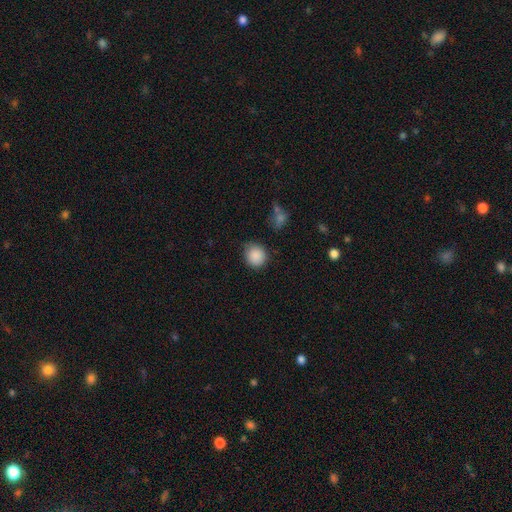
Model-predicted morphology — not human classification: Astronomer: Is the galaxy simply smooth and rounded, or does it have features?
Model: smooth — 88%.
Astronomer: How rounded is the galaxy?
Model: round — 86%.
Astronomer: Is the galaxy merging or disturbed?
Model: none — 77%.